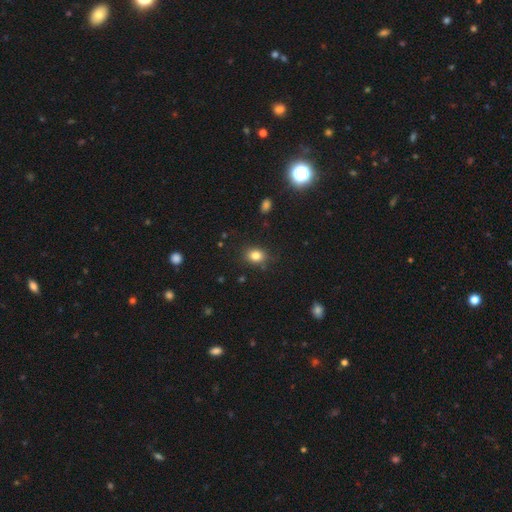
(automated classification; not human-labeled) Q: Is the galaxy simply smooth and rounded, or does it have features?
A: smooth — 82%.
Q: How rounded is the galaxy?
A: in between — 53%.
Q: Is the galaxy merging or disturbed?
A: none — 84%.